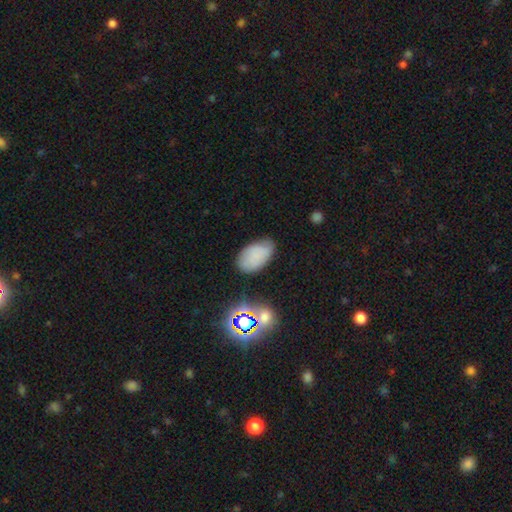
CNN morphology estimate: This is likely a smooth galaxy (76%). How rounded: clearly in between (93%). Merging: likely none (70%).